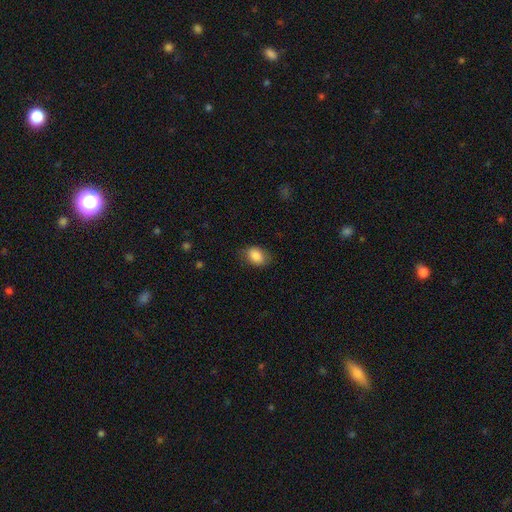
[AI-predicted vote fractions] smooth_or_featured: smooth (p=0.87) [alt: star or artifact p=0.08]
how_rounded: in between (p=0.77) [alt: round p=0.22]
merging: none (p=0.73) [alt: minor disturbance p=0.20]